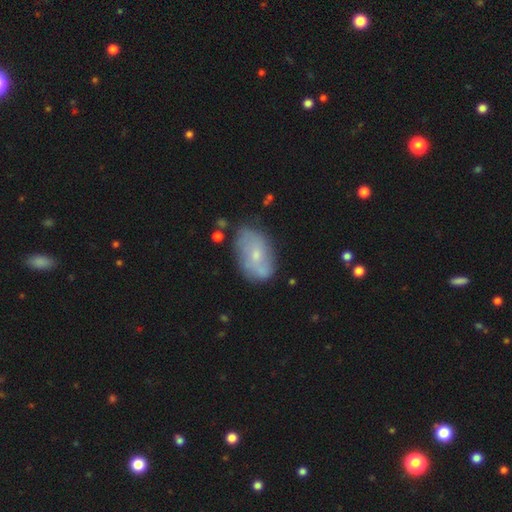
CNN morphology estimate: Q: Smooth or featured?
A: featured or disk (49%); runner-up: smooth (43%)
Q: Merging?
A: none (68%); runner-up: minor disturbance (21%)